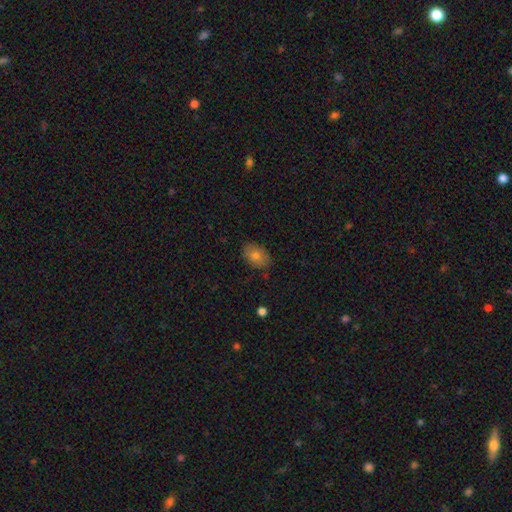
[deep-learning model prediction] This is likely a smooth galaxy (77%). How rounded: clearly in between (81%). Merging: clearly none (82%).